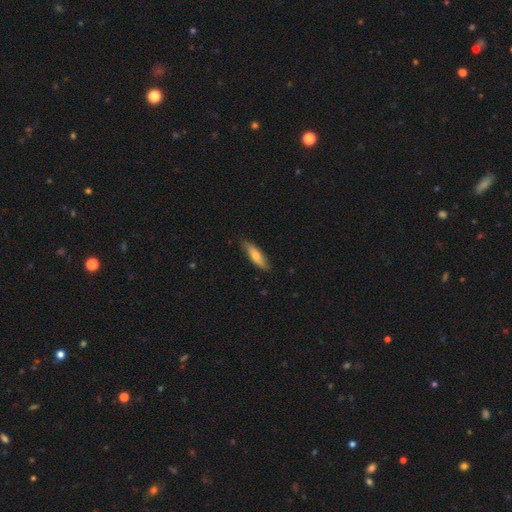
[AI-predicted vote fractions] A smooth galaxy with no disk features (69%) that is cigar-shaped (63%). Merging: none (83%).